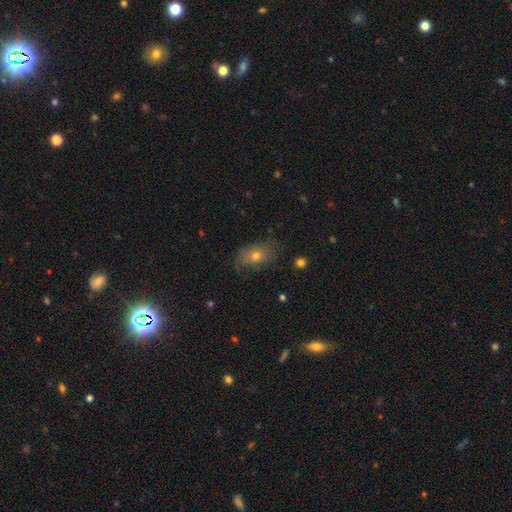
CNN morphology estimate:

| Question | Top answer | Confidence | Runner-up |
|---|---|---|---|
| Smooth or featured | smooth | 60% | featured or disk (28%) |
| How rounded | in between | 80% | round (17%) |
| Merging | none | 66% | minor disturbance (23%) |